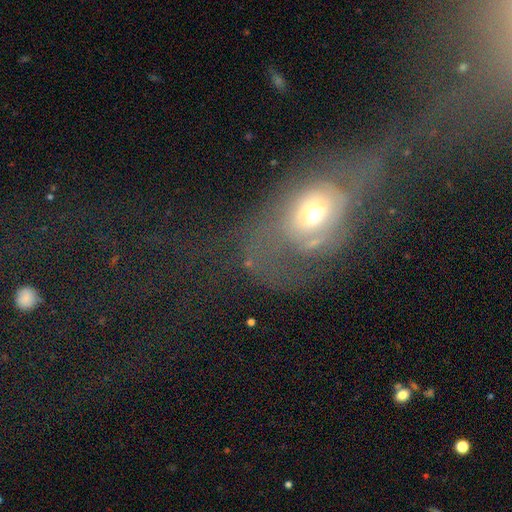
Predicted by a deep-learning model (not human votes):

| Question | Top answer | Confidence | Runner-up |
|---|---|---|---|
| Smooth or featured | featured or disk | 48% | smooth (35%) |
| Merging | major disturbance | 53% | none (23%) |